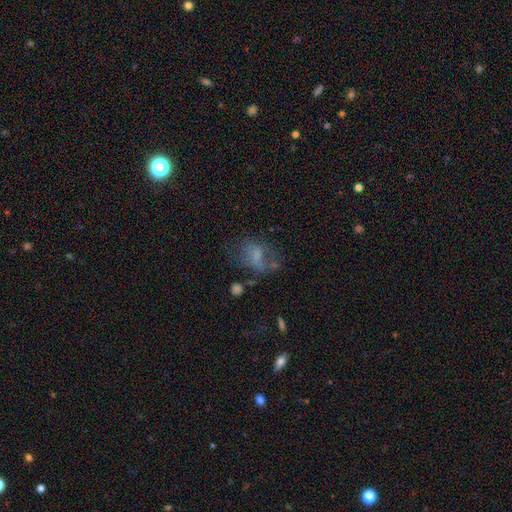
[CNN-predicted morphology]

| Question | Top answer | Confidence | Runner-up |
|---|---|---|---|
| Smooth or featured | smooth | 51% | featured or disk (33%) |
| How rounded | in between | 72% | round (26%) |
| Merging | none | 39% | major disturbance (30%) |